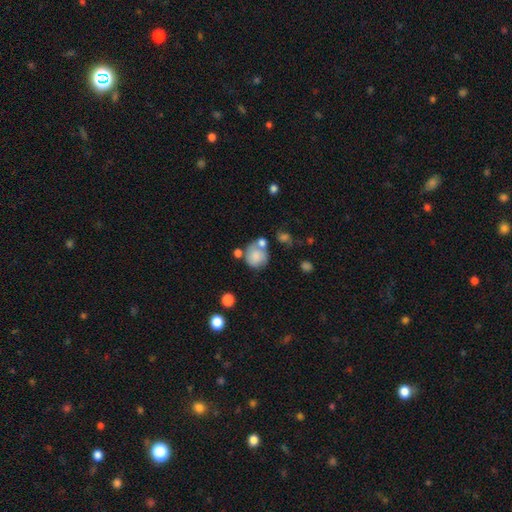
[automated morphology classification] Smooth or featured? Predicted: smooth (p=0.73). How rounded? Predicted: round (p=0.79). Merging? Predicted: none (p=0.46).